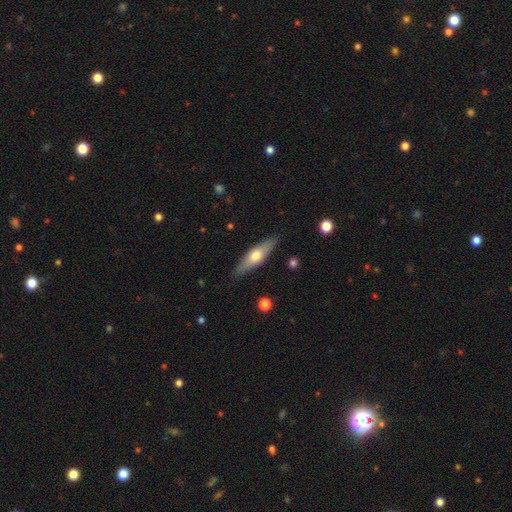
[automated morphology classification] smooth 51%, featured or disk 43%, star or artifact 5%. Down the decision tree: how rounded — cigar-shaped (61%); merging — none (87%).